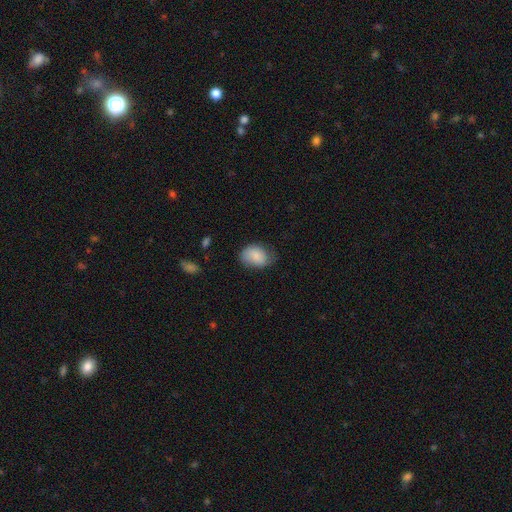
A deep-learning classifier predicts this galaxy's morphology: smooth 80%, featured or disk 12%, star or artifact 7%. Down the decision tree: how rounded — in between (73%); merging — none (59%).